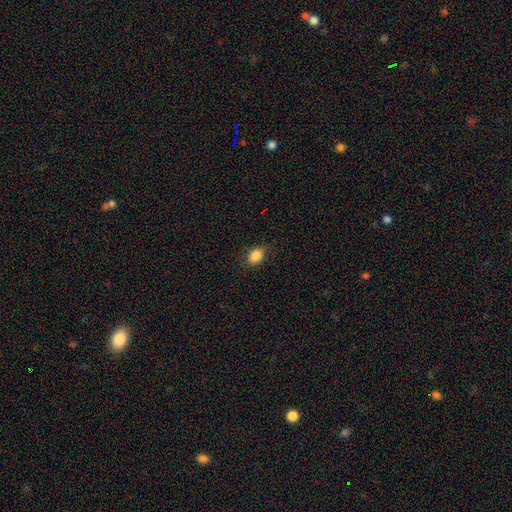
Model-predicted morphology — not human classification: type=smooth (86%); roundness=in between (70%); merging=none (82%).